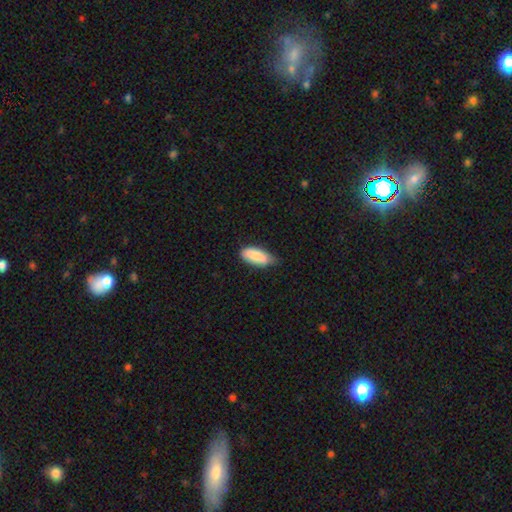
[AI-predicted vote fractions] Overall: smooth (87%). How rounded: in between (86%). Merging: none (58%; minor disturbance 37%).